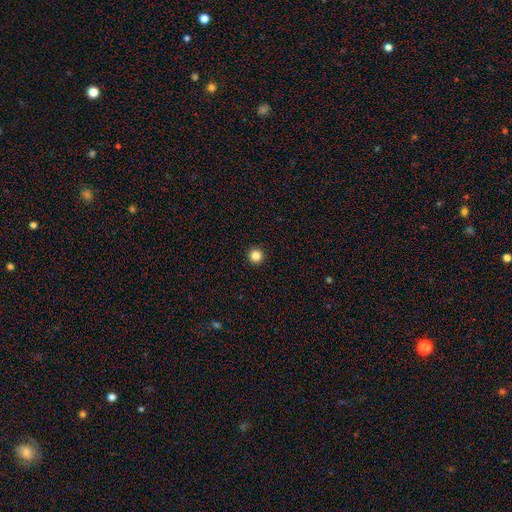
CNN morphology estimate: smooth_or_featured: smooth (p=0.84) [alt: star or artifact p=0.12]
how_rounded: round (p=0.97) [alt: in between p=0.03]
merging: none (p=0.94) [alt: minor disturbance p=0.04]